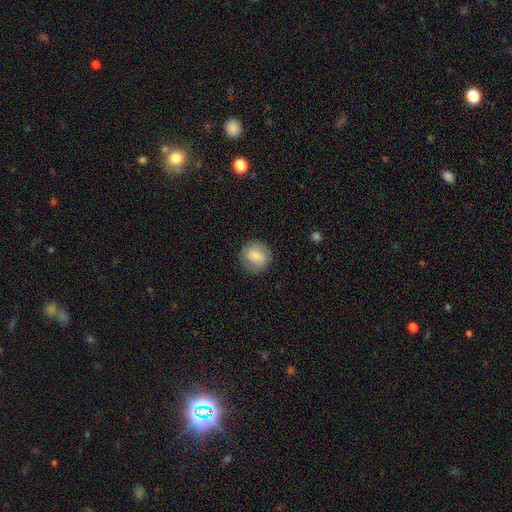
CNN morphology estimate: Smooth or featured? smooth (77%)
How rounded? round (88%)
Merging? none (84%)